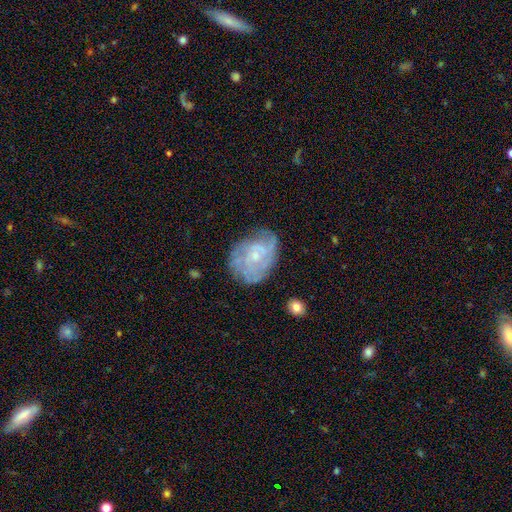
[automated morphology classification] smooth_or_featured: featured or disk (p=0.75) [alt: smooth p=0.17]
disk_edge_on: no (p=0.97) [alt: yes p=0.03]
bar: no (p=0.73) [alt: weak p=0.24]
has_spiral_arms: yes (p=0.88) [alt: no p=0.12]
spiral_winding: tight (p=0.61) [alt: medium p=0.29]
spiral_arm_count: can't tell (p=0.47) [alt: 3 p=0.15]
bulge_size: small (p=0.70) [alt: moderate p=0.24]
merging: none (p=0.67) [alt: minor disturbance p=0.22]